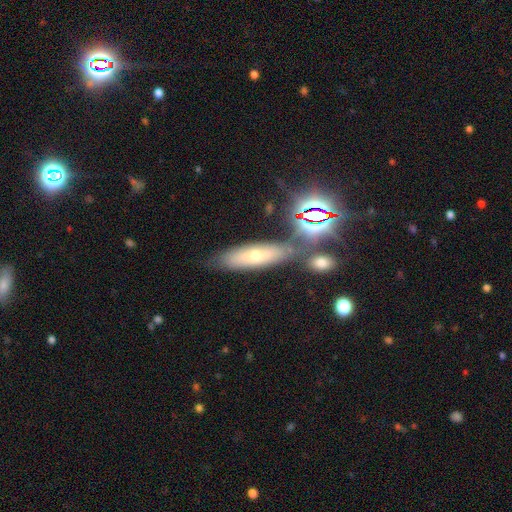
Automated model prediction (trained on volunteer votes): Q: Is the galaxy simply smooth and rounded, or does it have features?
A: smooth — 50%.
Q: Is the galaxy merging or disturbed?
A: none — 74%.